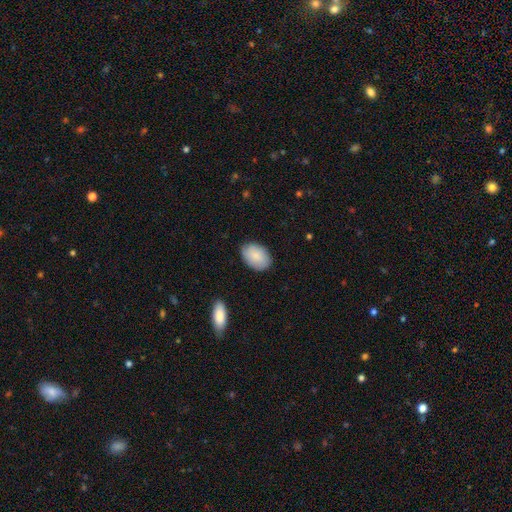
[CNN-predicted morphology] Q: Smooth or featured?
A: smooth (87%); runner-up: featured or disk (7%)
Q: How rounded?
A: in between (88%); runner-up: round (10%)
Q: Merging?
A: none (84%); runner-up: minor disturbance (12%)